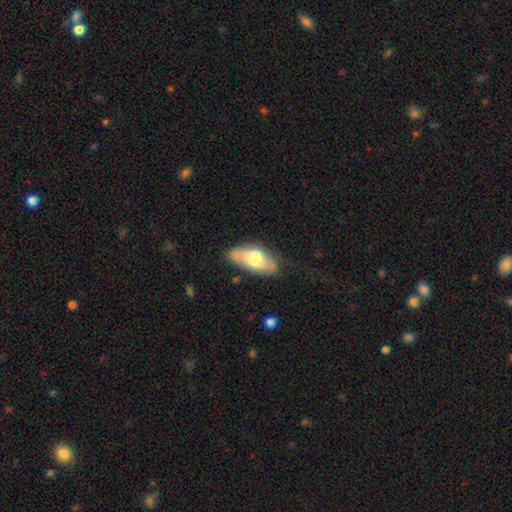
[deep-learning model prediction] Overall: smooth (62%; featured or disk 32%). How rounded: in between (88%). Merging: none (64%; minor disturbance 25%).